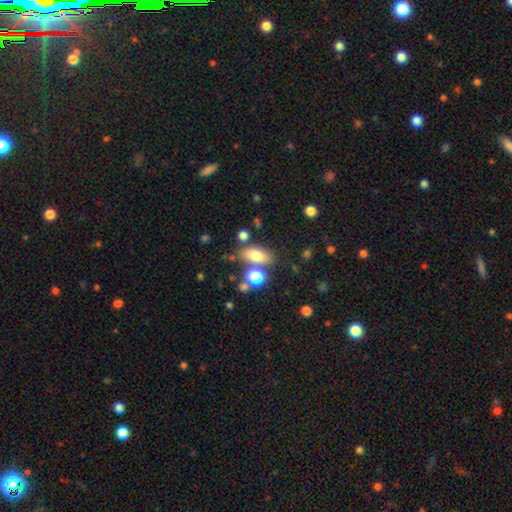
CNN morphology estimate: This is likely a smooth galaxy (74%). How rounded: likely in between (79%). Merging: likely none (69%).